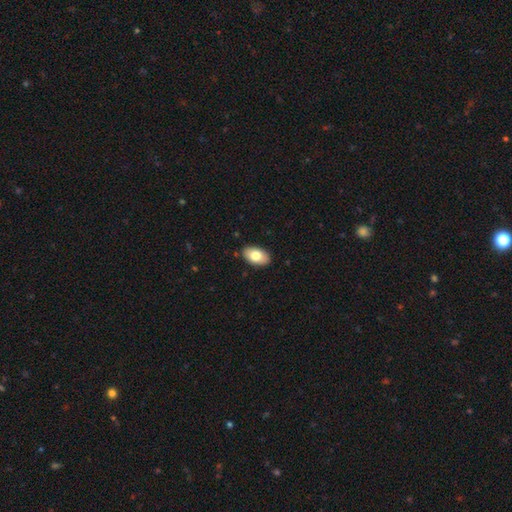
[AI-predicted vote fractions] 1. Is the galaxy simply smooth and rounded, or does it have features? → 79% smooth, 15% featured or disk, 7% star or artifact.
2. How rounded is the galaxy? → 93% in between, 5% round, 1% cigar-shaped.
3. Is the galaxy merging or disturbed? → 88% none, 9% minor disturbance, 2% major disturbance, 1% merger.